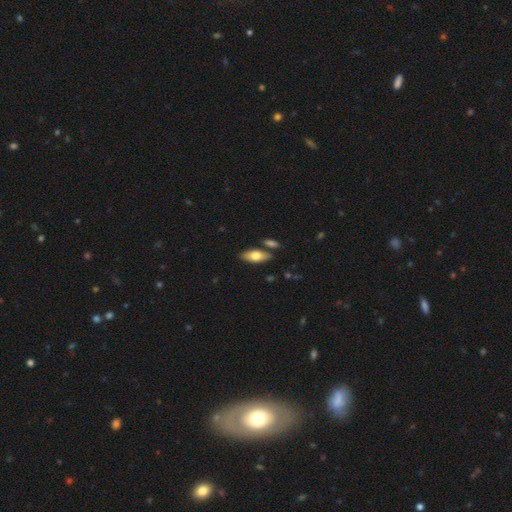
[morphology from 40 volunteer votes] Smooth or featured? 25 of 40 (62%) said smooth. How rounded? 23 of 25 (92%) said in between. Merging? 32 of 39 (82%) said none.